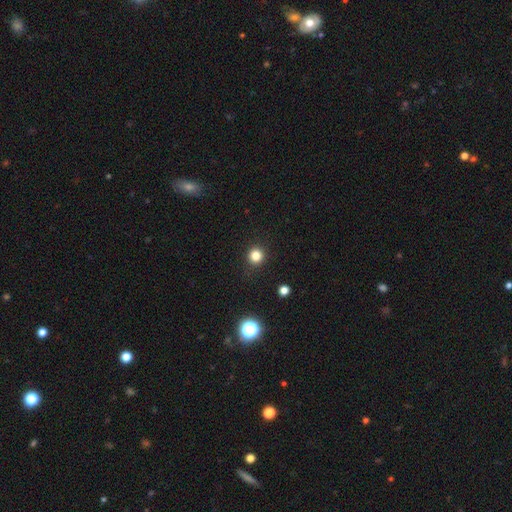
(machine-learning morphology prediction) A smooth galaxy with no disk features (82%) that is round (93%). Merging: none (91%).